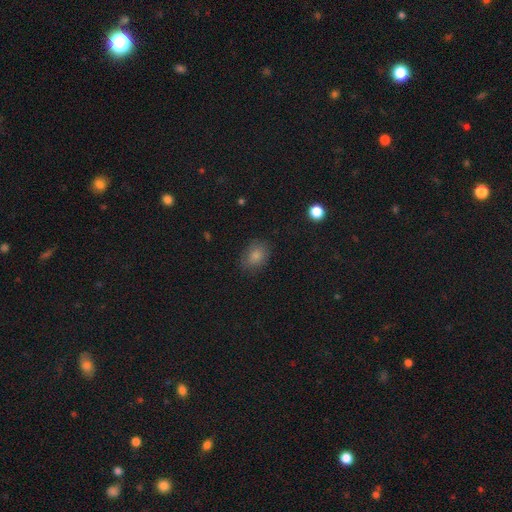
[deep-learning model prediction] Smooth or featured? Predicted: smooth (p=0.82). How rounded? Predicted: in between (p=0.62). Merging? Predicted: none (p=0.75).